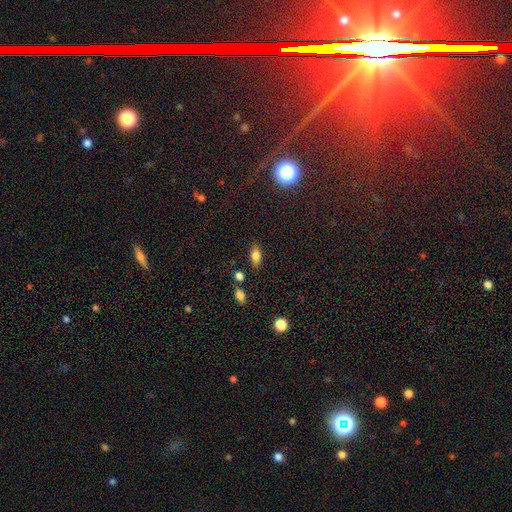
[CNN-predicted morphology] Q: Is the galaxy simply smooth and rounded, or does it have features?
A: smooth — 77%.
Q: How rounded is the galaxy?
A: in between — 84%.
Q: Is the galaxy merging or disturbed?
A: none — 81%.